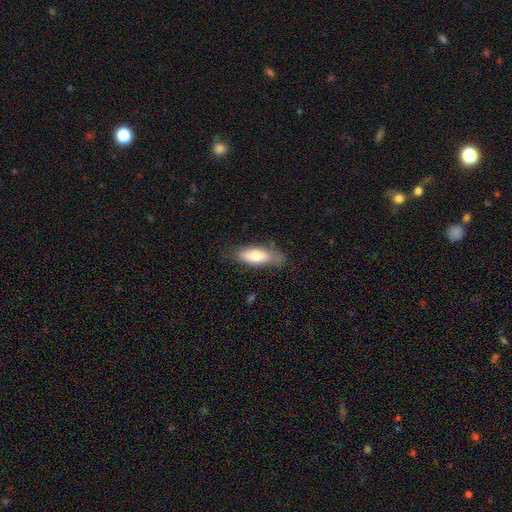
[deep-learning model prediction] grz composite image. It shows a smooth galaxy with no disk features (74%) that is in between round and cigar-shaped (68%). Merging: none (69%).